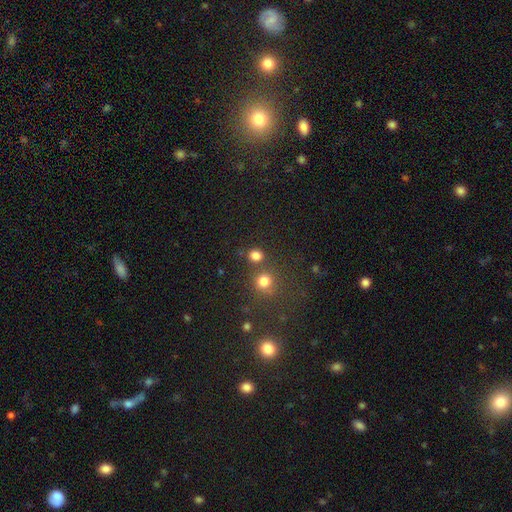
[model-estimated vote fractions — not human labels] Smooth or featured?
  - smooth: 79% *
  - star or artifact: 16%
  - featured or disk: 5%
How rounded?
  - round: 82% *
  - in between: 17%
  - cigar-shaped: 1%
Merging?
  - none: 73% *
  - merger: 16%
  - minor disturbance: 8%
  - major disturbance: 3%